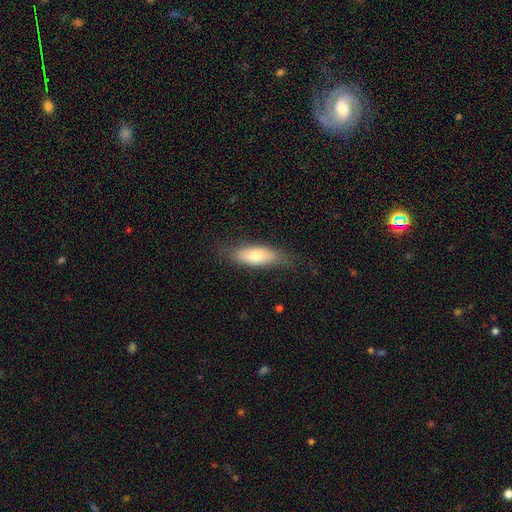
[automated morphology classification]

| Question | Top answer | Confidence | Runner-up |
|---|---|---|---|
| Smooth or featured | smooth | 70% | featured or disk (23%) |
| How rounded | in between | 70% | cigar-shaped (28%) |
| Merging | none | 76% | minor disturbance (18%) |